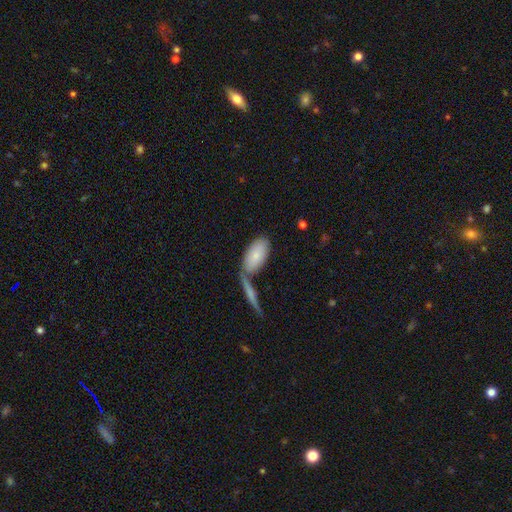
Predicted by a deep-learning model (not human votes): This appears to be a smooth galaxy with no disk features (80%) that is in between round and cigar-shaped (90%). Merging: none (51%).